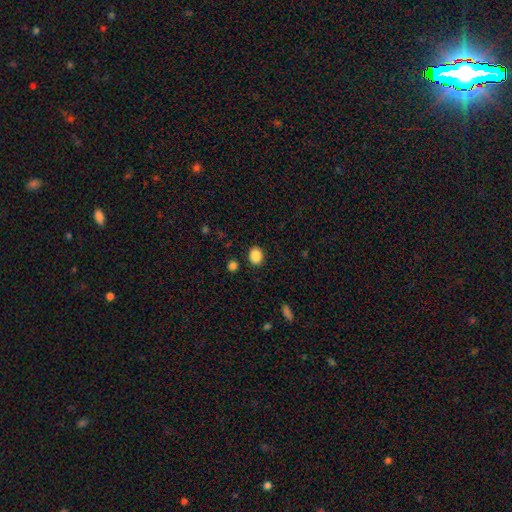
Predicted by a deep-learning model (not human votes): A smooth galaxy with no disk features (88%) that is round (56%). Merging: none (87%).